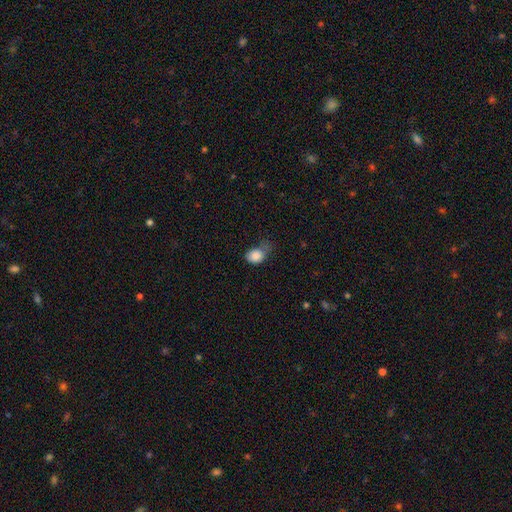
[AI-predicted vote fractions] Q: Smooth or featured?
A: smooth (85%); runner-up: star or artifact (9%)
Q: How rounded?
A: in between (54%); runner-up: round (44%)
Q: Merging?
A: minor disturbance (38%); runner-up: none (35%)